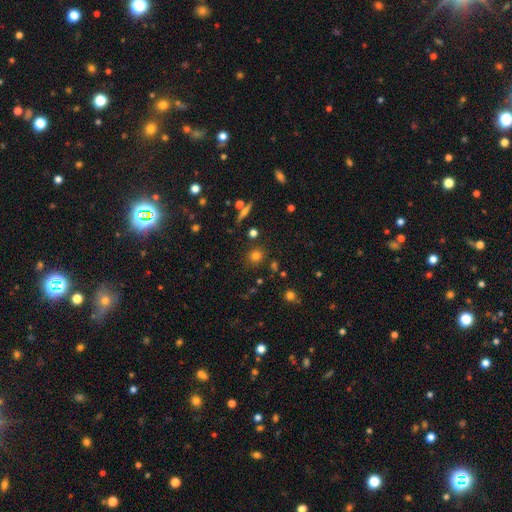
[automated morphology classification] type=smooth (75%); roundness=round (87%); merging=none (83%).